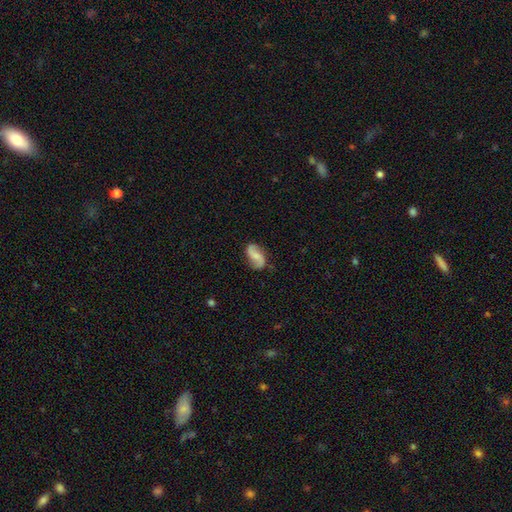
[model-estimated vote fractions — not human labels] Overall: featured or disk (74%). Edge-on disk: no (97%). Bar: no (49%; weak 37%). Spiral arms: yes (95%). Spiral arm count: 2 (92%). Spiral winding: loose (70%). Bulge size: small (47%; moderate 26%). Merging: none (79%).